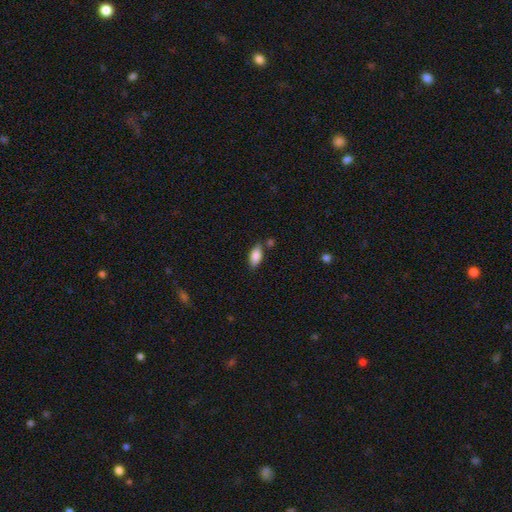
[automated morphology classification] Smooth or featured? Predicted: smooth (p=0.86). How rounded? Predicted: in between (p=0.90). Merging? Predicted: none (p=0.75).